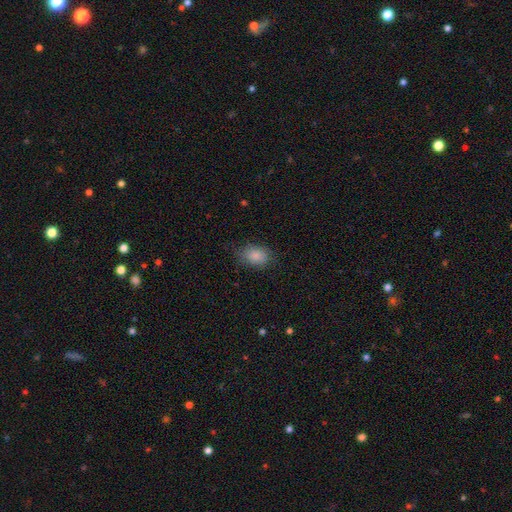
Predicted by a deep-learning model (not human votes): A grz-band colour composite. It shows a smooth galaxy with no disk features (86%) that is in between round and cigar-shaped (75%). Merging: none (73%).